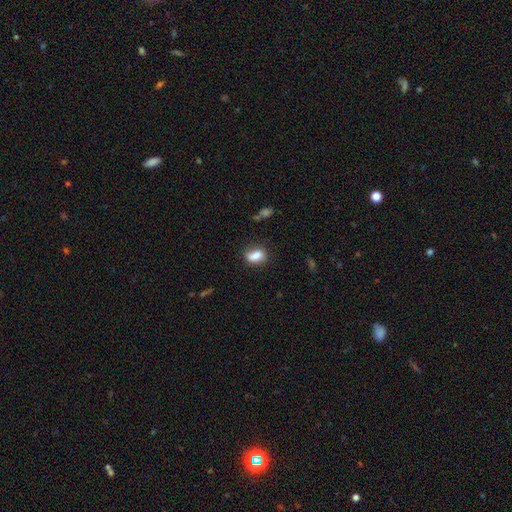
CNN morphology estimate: Smooth or featured? smooth (82%)
How rounded? in between (76%)
Merging? none (62%)